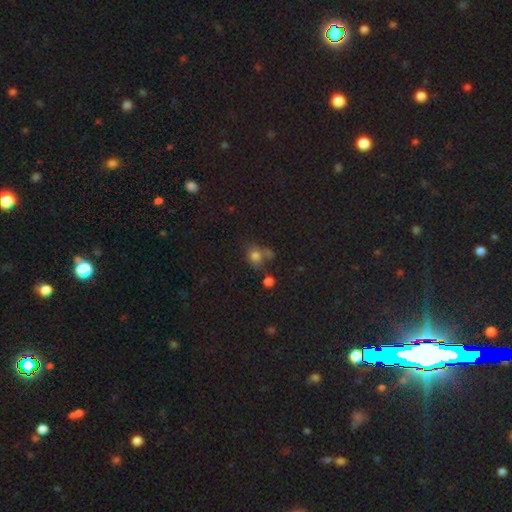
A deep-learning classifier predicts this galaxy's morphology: smooth_or_featured: smooth (p=0.75) [alt: star or artifact p=0.17]
how_rounded: round (p=0.68) [alt: in between p=0.31]
merging: none (p=0.53) [alt: merger p=0.22]